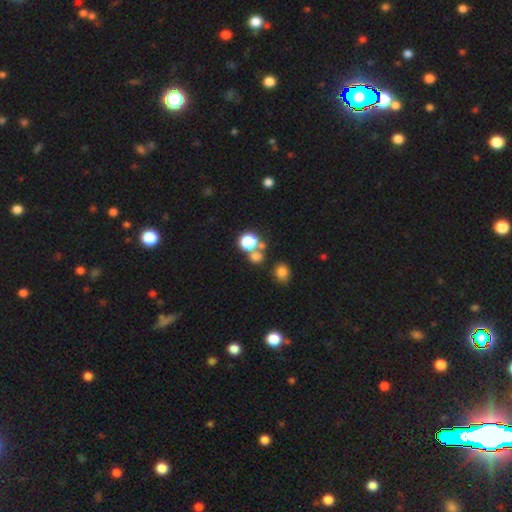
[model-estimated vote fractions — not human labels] A smooth galaxy with no disk features (72%) that is round (80%). Merging: none (53%).